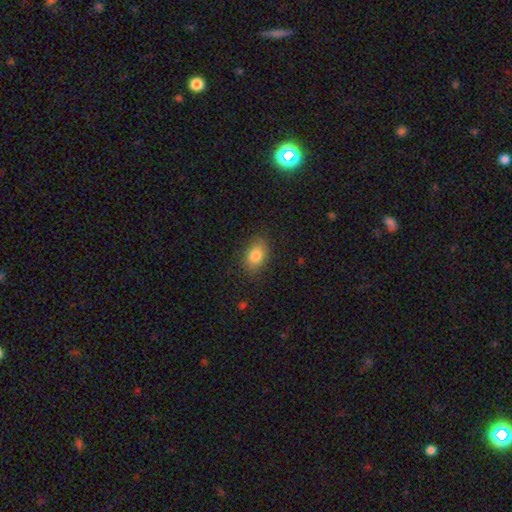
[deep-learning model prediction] Smooth or featured? smooth (83%)
How rounded? in between (79%)
Merging? none (83%)